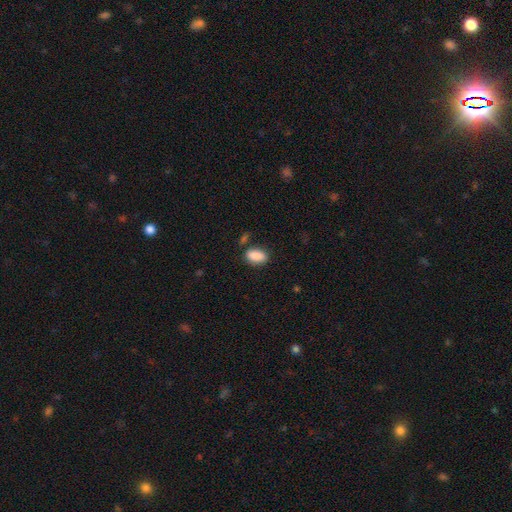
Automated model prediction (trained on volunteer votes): The model was most divided on "merging": none: 77%, minor disturbance: 14%, merger: 6%, major disturbance: 4%. More confident: how rounded — in between (90%); smooth or featured — smooth (89%).